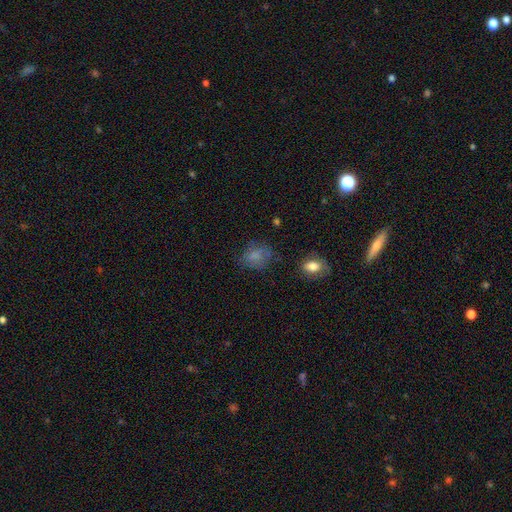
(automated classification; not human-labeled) A smooth galaxy with no disk features (73%) that is in between round and cigar-shaped (51%). Merging: none (63%).